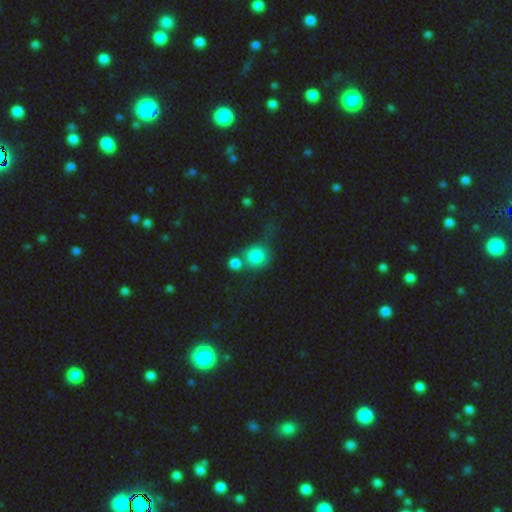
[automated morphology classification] smooth 78%, star or artifact 12%, featured or disk 10%. Down the decision tree: how rounded — round (83%); merging — merger (41%).